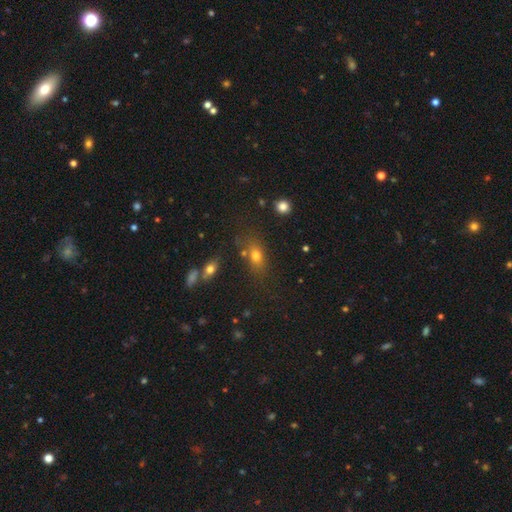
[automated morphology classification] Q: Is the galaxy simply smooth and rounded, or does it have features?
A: smooth — 69%.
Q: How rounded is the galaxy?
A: in between — 71%.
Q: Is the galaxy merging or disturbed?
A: none — 67%.